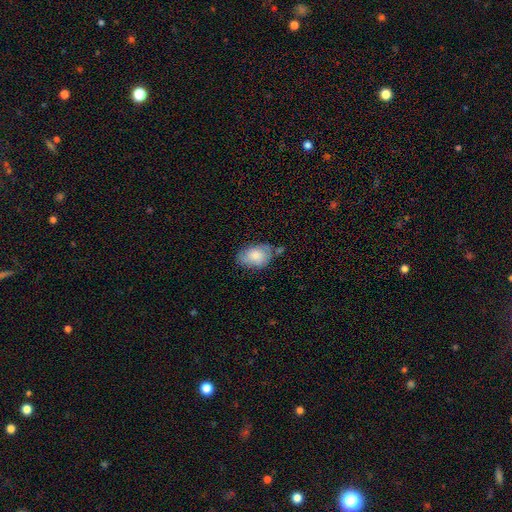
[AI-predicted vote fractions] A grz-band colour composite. It shows a smooth galaxy with no disk features (73%) that is in between round and cigar-shaped (86%). Merging: none (58%).